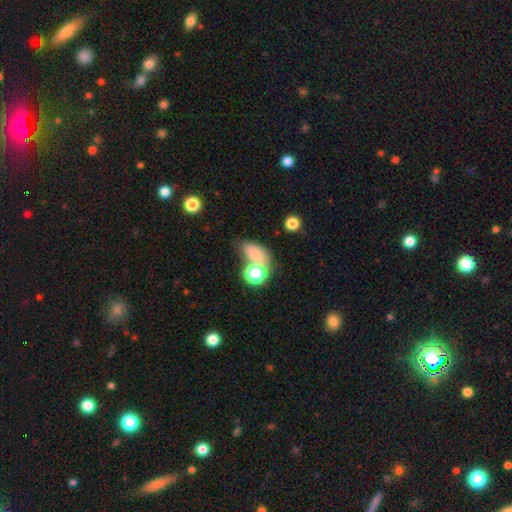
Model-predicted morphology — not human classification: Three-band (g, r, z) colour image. It shows a smooth galaxy with no disk features (67%) that is in between round and cigar-shaped (74%). Merging: none (39%).